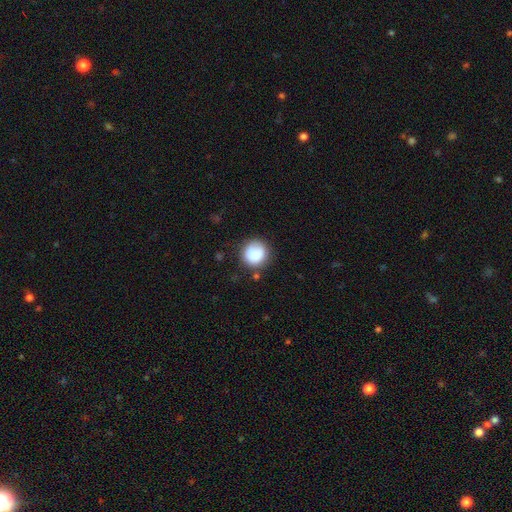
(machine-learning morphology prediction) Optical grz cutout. It shows a smooth galaxy with no disk features (82%) that is round (91%). Merging: none (72%).